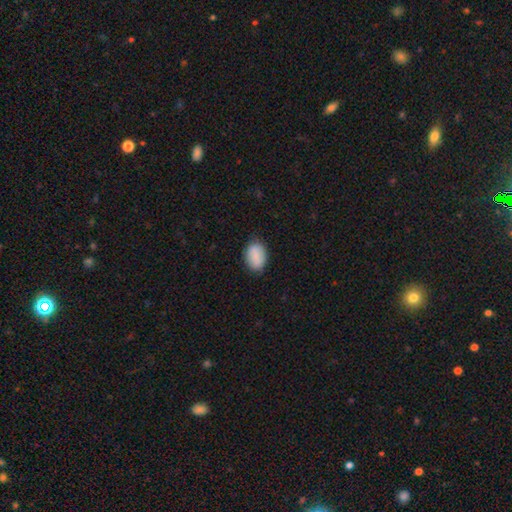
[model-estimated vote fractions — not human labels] A smooth galaxy with no disk features (86%) that is in between round and cigar-shaped (84%). Merging: none (82%).